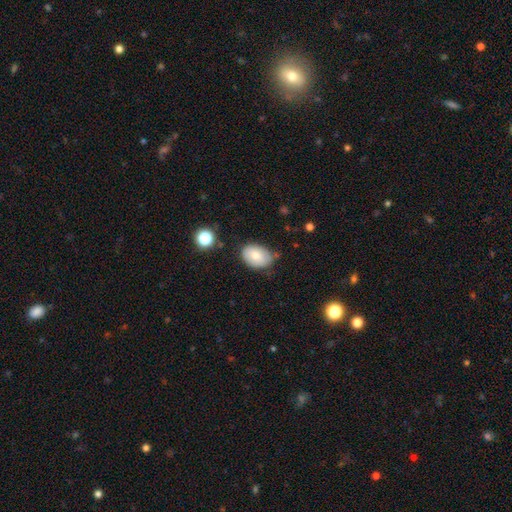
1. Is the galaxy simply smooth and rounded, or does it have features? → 79% smooth, 15% featured or disk, 5% star or artifact.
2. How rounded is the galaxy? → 94% in between, 6% round, 0% cigar-shaped.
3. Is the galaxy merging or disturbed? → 76% none, 24% minor disturbance, 0% major disturbance, 0% merger.